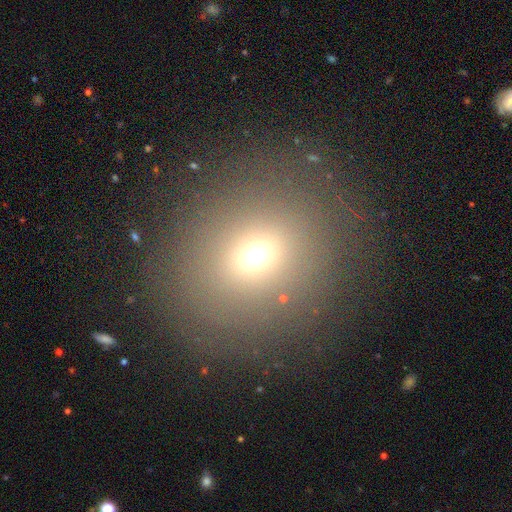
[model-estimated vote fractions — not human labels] smooth_or_featured: smooth (p=0.65) [alt: star or artifact p=0.22]
how_rounded: round (p=0.77) [alt: in between p=0.22]
merging: none (p=0.83) [alt: minor disturbance p=0.09]